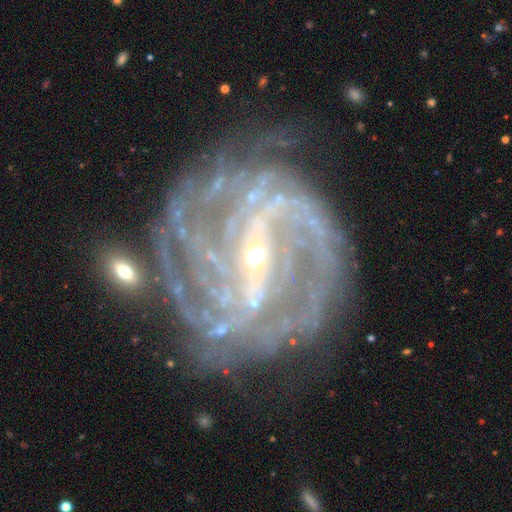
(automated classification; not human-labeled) Smooth or featured?
  - featured or disk: 91% *
  - star or artifact: 6%
  - smooth: 3%
Edge-on disk?
  - no: 97% *
  - yes: 3%
Bar?
  - strong: 55% *
  - weak: 32%
  - no: 13%
Spiral arms?
  - yes: 97% *
  - no: 3%
Spiral winding?
  - tight: 53% *
  - medium: 36%
  - loose: 10%
Spiral arm count?
  - 4: 24% *
  - can't tell: 22%
  - 2: 18%
  - 3: 15%
  - more than 4: 14%
  - 1: 8%
Bulge size?
  - small: 84% *
  - moderate: 11%
  - none: 2%
  - large: 1%
  - dominant: 1%
Merging?
  - none: 68% *
  - minor disturbance: 17%
  - major disturbance: 11%
  - merger: 3%